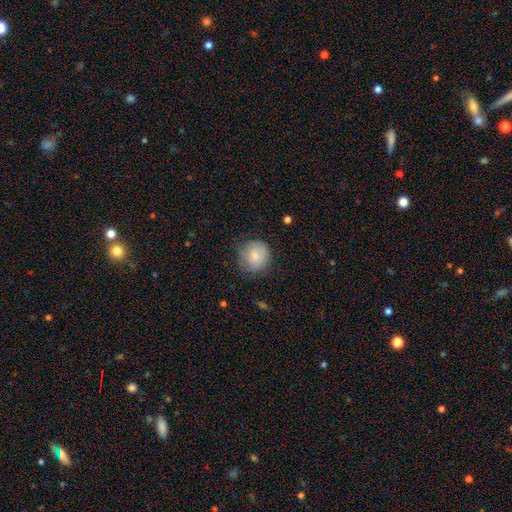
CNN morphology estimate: smooth 77%, featured or disk 16%, star or artifact 7%. Down the decision tree: how rounded — round (89%); merging — none (70%).